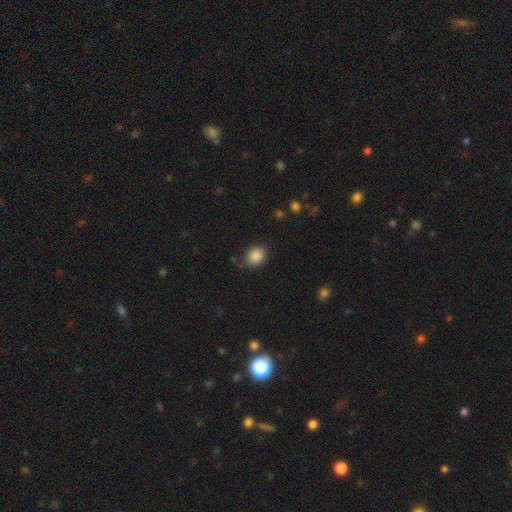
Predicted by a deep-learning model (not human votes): Smooth or featured: smooth — 88% (star or artifact — 9%)
How rounded: round — 67% (in between — 32%)
Merging: none — 81% (minor disturbance — 13%)